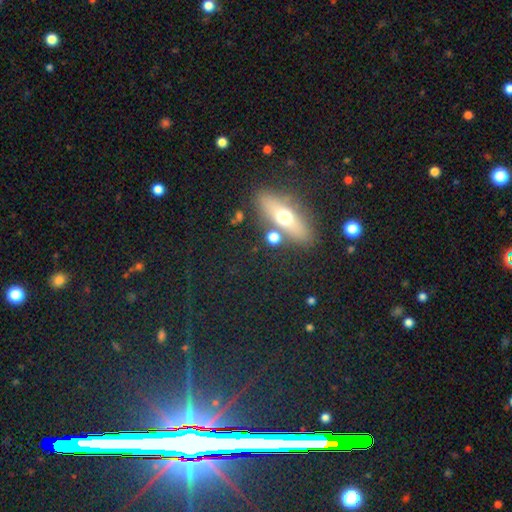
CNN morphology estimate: Overall: smooth (38%; featured or disk 37%). Merging: none (80%).